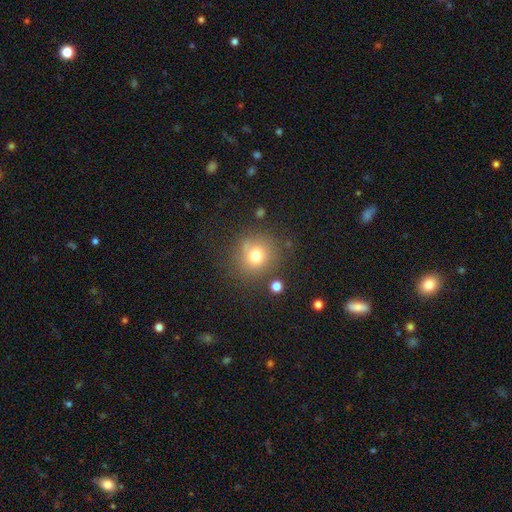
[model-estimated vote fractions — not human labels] Smooth or featured: smooth — 74% (star or artifact — 15%)
How rounded: round — 88% (in between — 11%)
Merging: none — 75% (minor disturbance — 14%)